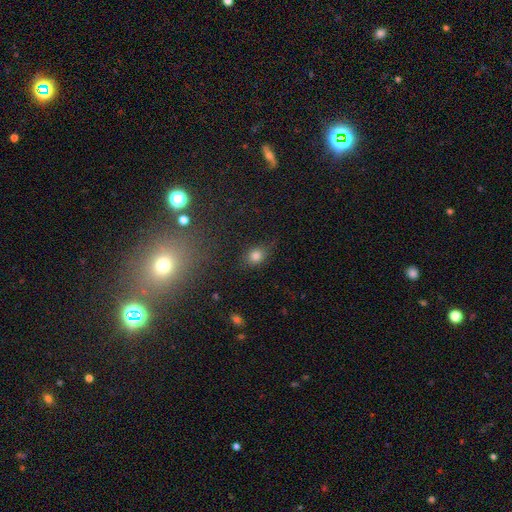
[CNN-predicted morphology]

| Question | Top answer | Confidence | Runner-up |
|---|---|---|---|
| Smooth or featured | smooth | 81% | star or artifact (12%) |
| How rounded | round | 56% | in between (42%) |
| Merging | none | 71% | minor disturbance (20%) |